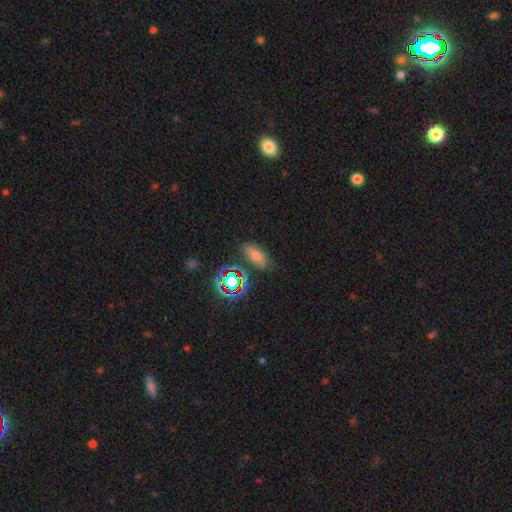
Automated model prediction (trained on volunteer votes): smooth-or-featured: smooth: 56% | star or artifact: 28% | featured or disk: 16%
  how-rounded: in between: 76% | cigar-shaped: 13% | round: 12%
  merging: none: 74% | minor disturbance: 15% | merger: 6% | major disturbance: 5%